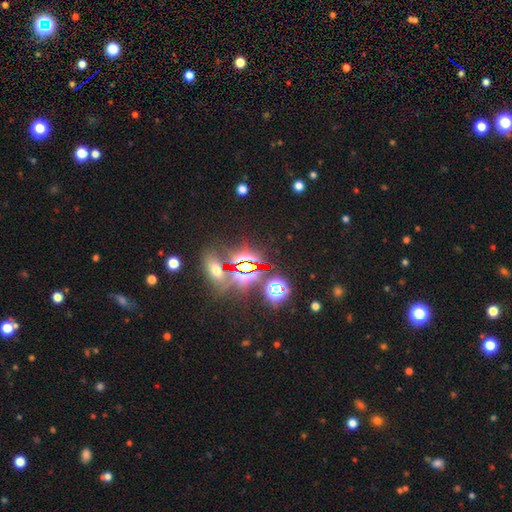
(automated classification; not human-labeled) Overall: star or artifact (79%).